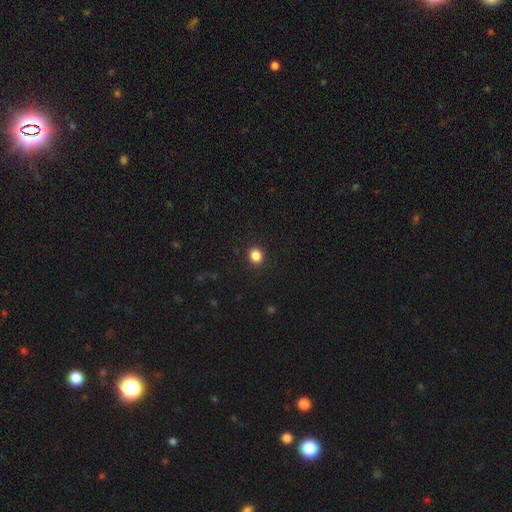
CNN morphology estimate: The model was most divided on "how rounded": round: 80%, in between: 19%, cigar-shaped: 1%. More confident: merging — none (91%); smooth or featured — smooth (86%).